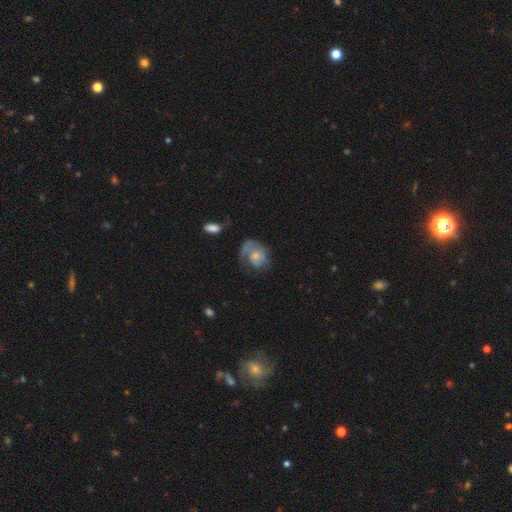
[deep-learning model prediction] Smooth or featured: featured or disk — 61% (smooth — 31%)
Edge-on disk: no — 97% (yes — 3%)
Bar: no — 77% (weak — 20%)
Spiral arms: yes — 79% (no — 21%)
Bulge size: small — 47% (moderate — 41%)
Merging: none — 40% (major disturbance — 33%)